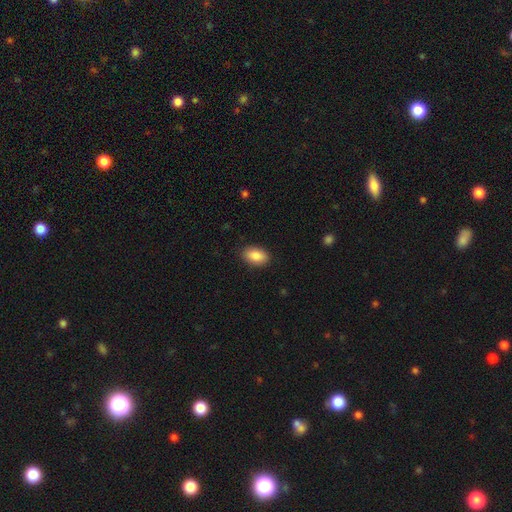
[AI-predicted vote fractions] A smooth galaxy with no disk features (88%) that is in between round and cigar-shaped (91%). Merging: none (88%).